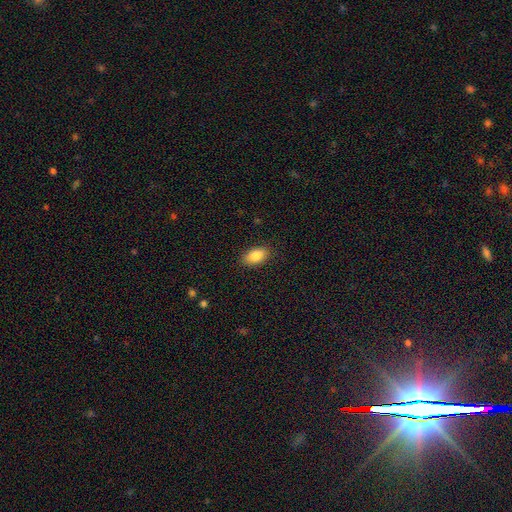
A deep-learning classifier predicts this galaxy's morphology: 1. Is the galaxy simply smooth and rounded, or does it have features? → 85% smooth, 7% featured or disk, 7% star or artifact.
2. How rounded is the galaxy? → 92% in between, 4% round, 3% cigar-shaped.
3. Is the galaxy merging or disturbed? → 88% none, 9% minor disturbance, 2% major disturbance, 1% merger.